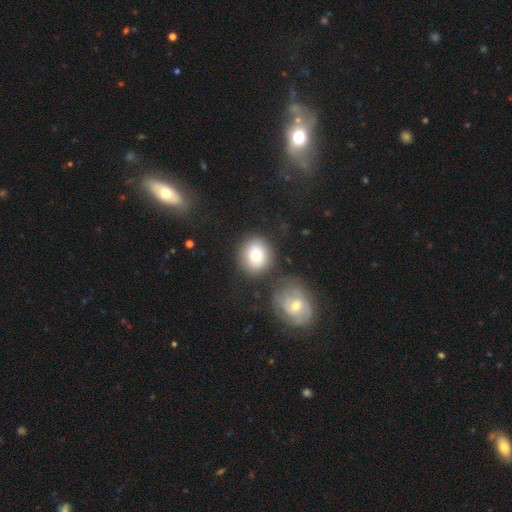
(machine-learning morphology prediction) Smooth or featured? smooth (77%)
How rounded? round (81%)
Merging? none (76%)